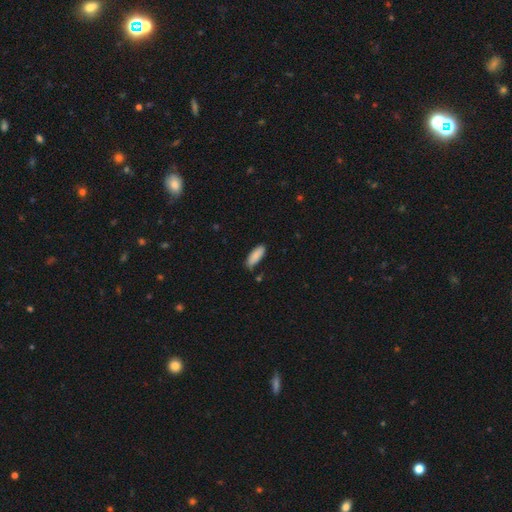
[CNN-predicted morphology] Smooth or featured?
  - smooth: 88% *
  - star or artifact: 6%
  - featured or disk: 6%
How rounded?
  - in between: 70% *
  - cigar-shaped: 28%
  - round: 2%
Merging?
  - none: 76% *
  - minor disturbance: 18%
  - merger: 3%
  - major disturbance: 3%